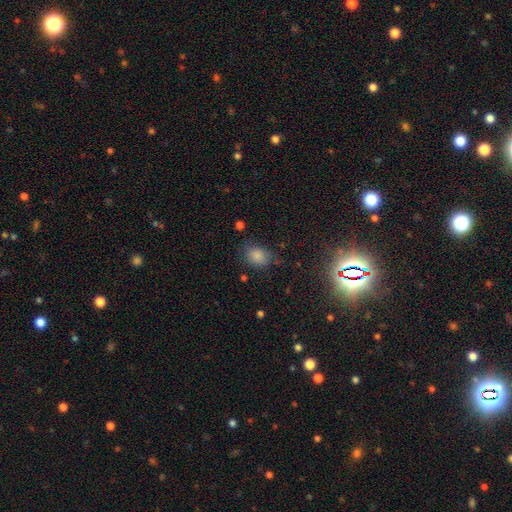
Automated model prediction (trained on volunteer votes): smooth_or_featured: smooth (p=0.64) [alt: star or artifact p=0.28]
how_rounded: in between (p=0.57) [alt: round p=0.41]
merging: none (p=0.77) [alt: minor disturbance p=0.16]